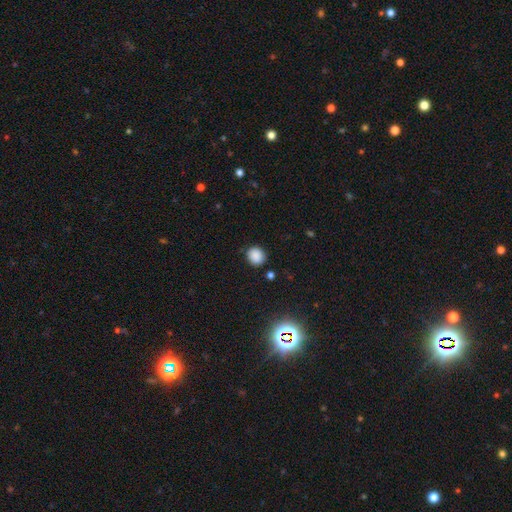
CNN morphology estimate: Q: Smooth or featured?
A: smooth (86%); runner-up: star or artifact (11%)
Q: How rounded?
A: round (75%); runner-up: in between (24%)
Q: Merging?
A: none (84%); runner-up: minor disturbance (12%)